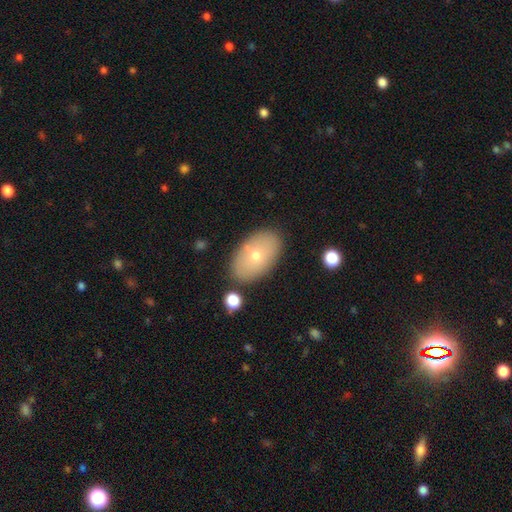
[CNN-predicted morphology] This is likely a smooth galaxy (66%). How rounded: clearly in between (91%). Merging: clearly none (82%).